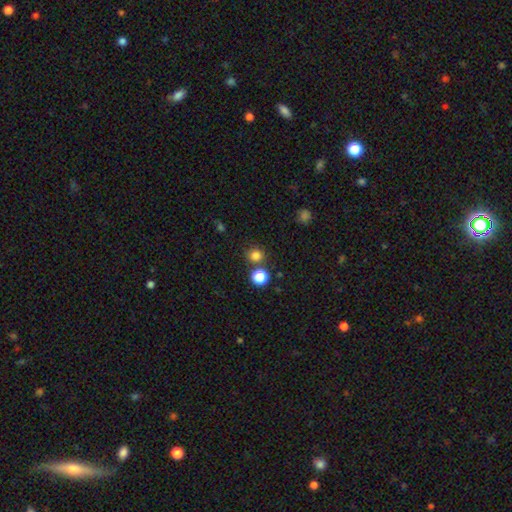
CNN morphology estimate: smooth_or_featured: smooth (p=0.79) [alt: star or artifact p=0.16]
how_rounded: round (p=0.89) [alt: in between p=0.10]
merging: none (p=0.76) [alt: merger p=0.13]